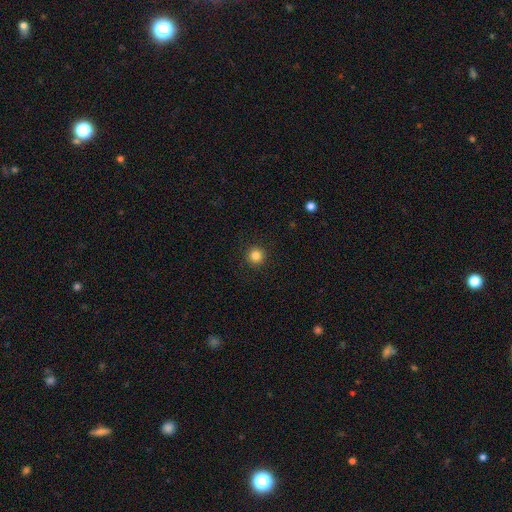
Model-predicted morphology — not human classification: Overall: smooth (85%). How rounded: round (96%). Merging: none (93%).